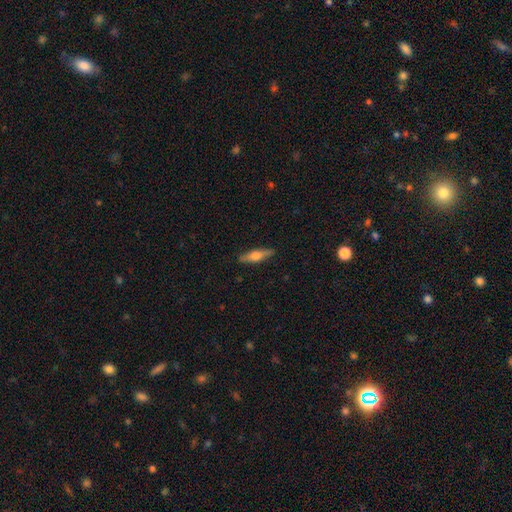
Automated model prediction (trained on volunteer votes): This appears to be a smooth galaxy with no disk features (50%). Merging: none (88%).